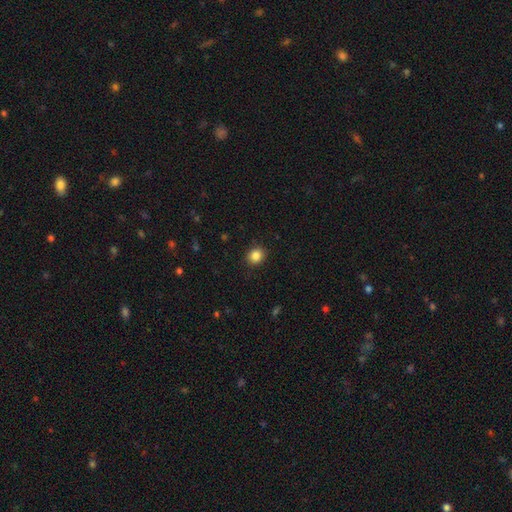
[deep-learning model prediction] smooth 85%, star or artifact 10%, featured or disk 4%. Down the decision tree: how rounded — round (75%); merging — none (89%).